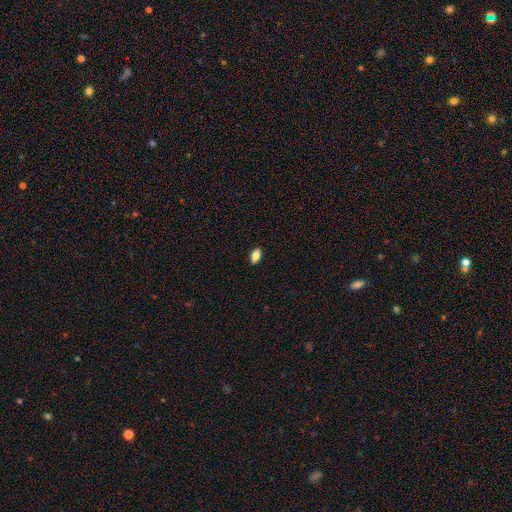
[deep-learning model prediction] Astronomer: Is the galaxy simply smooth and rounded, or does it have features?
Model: smooth — 84%.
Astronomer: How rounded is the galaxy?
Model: in between — 90%.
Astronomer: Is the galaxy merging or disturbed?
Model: none — 89%.